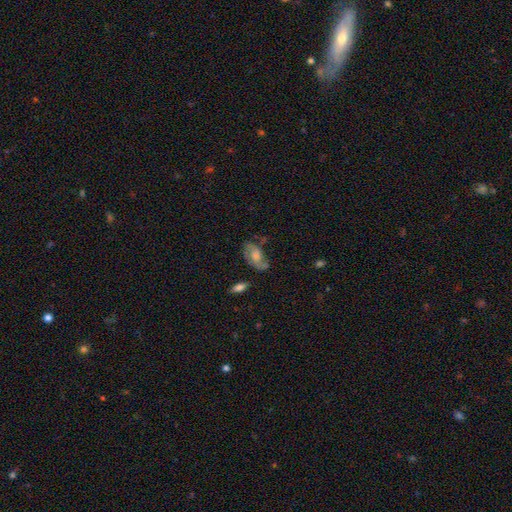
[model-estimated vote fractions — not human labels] This is possibly a featured or disk galaxy (49%). Merging: possibly none (51%).